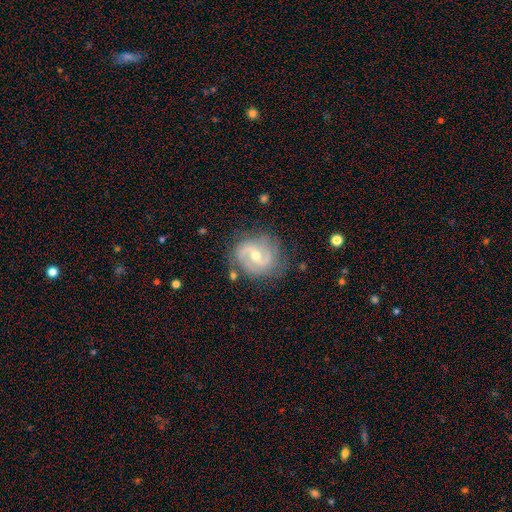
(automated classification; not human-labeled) The model was most divided on "spiral winding": medium: 49%, tight: 35%, loose: 15%. More confident: edge-on disk — no (98%); spiral arms — yes (96%); smooth or featured — featured or disk (86%); spiral arm count — 2 (82%); merging — none (76%); bulge size — moderate (59%); bar — weak (51%).